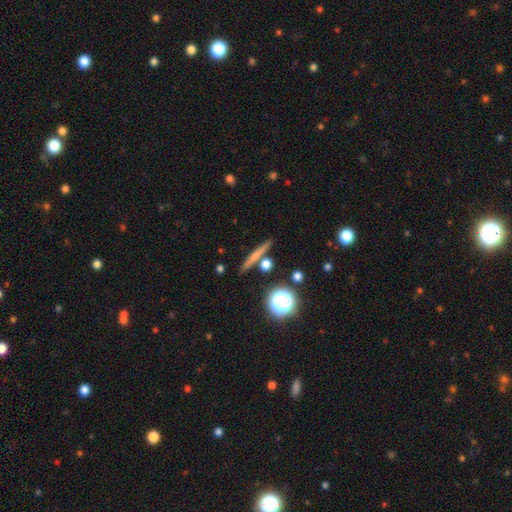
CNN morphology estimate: This appears to be a smooth galaxy with no disk features (48%). Merging: none (84%).